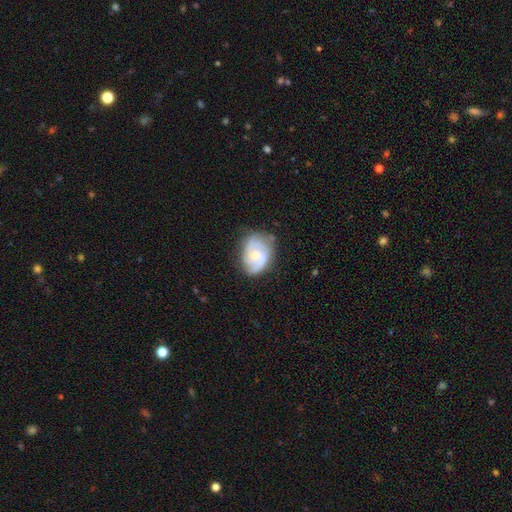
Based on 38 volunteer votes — Smooth or featured?
  - featured or disk: 82% *
  - smooth: 16%
  - star or artifact: 3%
Edge-on disk?
  - no: 97% *
  - yes: 3%
Bar?
  - no: 53% *
  - weak: 40%
  - strong: 7%
Spiral arms?
  - yes: 100% *
  - no: 0%
Spiral winding?
  - medium: 40% *
  - tight: 33%
  - loose: 27%
Spiral arm count?
  - 2: 50% *
  - 3: 23%
  - can't tell: 17%
  - 4: 7%
  - 1: 3%
  - more than 4: 0%
Bulge size?
  - moderate: 80% *
  - small: 17%
  - large: 3%
  - dominant: 0%
  - none: 0%
Merging?
  - none: 78% *
  - minor disturbance: 14%
  - major disturbance: 5%
  - merger: 3%